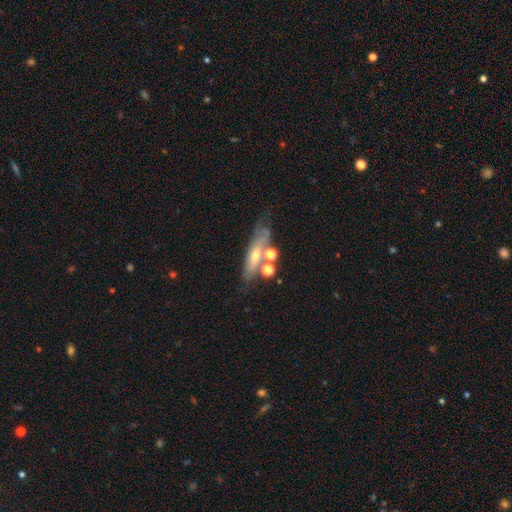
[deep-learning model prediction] smooth_or_featured: featured or disk (p=0.51) [alt: smooth p=0.37]
disk_edge_on: no (p=0.55) [alt: yes p=0.45]
merging: none (p=0.46) [alt: minor disturbance p=0.22]